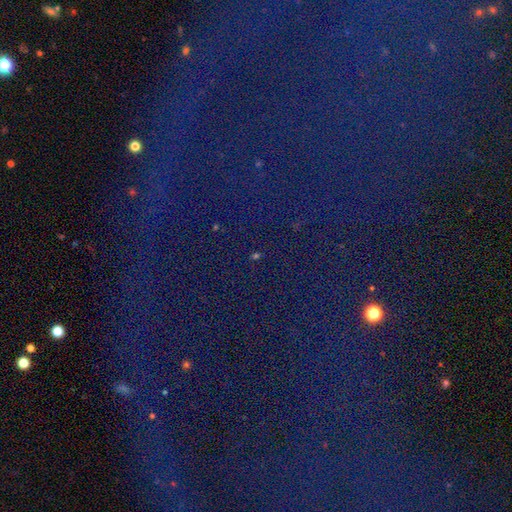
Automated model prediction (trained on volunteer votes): Smooth or featured: star or artifact — 82% (smooth — 10%)